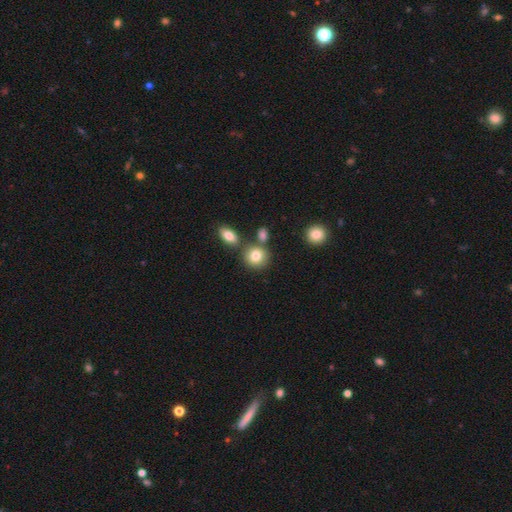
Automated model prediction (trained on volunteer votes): smooth_or_featured: smooth (p=0.82) [alt: star or artifact p=0.10]
how_rounded: round (p=0.82) [alt: in between p=0.17]
merging: none (p=0.70) [alt: merger p=0.17]